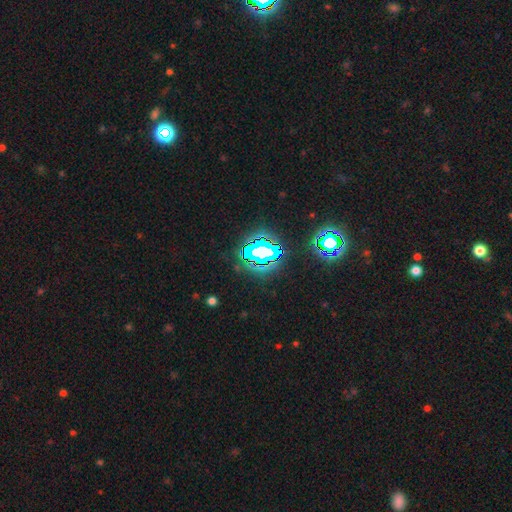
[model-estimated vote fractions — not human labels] A star or artifact, not a galaxy (74%).

Vote fractions:
- Smooth or featured? star or artifact: 74% / smooth: 15% / featured or disk: 11%